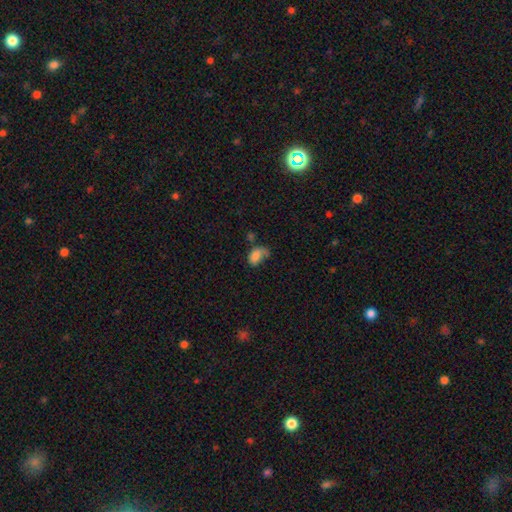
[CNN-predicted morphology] Smooth or featured?
  - smooth: 78% *
  - featured or disk: 13%
  - star or artifact: 10%
How rounded?
  - in between: 86% *
  - round: 12%
  - cigar-shaped: 2%
Merging?
  - none: 33% *
  - minor disturbance: 30%
  - major disturbance: 27%
  - merger: 10%